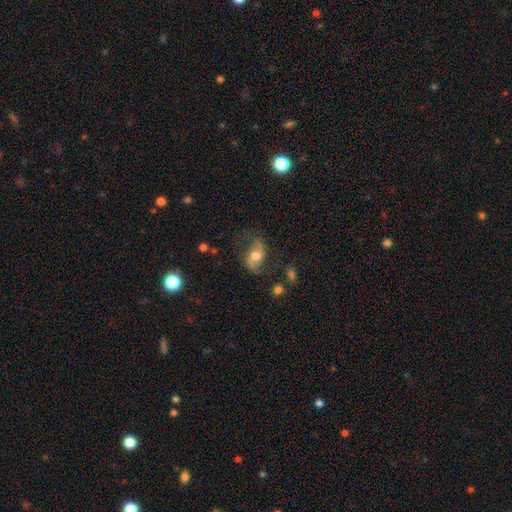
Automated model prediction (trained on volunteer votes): Smooth or featured: featured or disk — 62% (smooth — 30%)
Edge-on disk: no — 94% (yes — 6%)
Bar: no — 53% (weak — 32%)
Spiral arms: yes — 85% (no — 15%)
Bulge size: moderate — 71% (large — 14%)
Merging: none — 66% (minor disturbance — 20%)